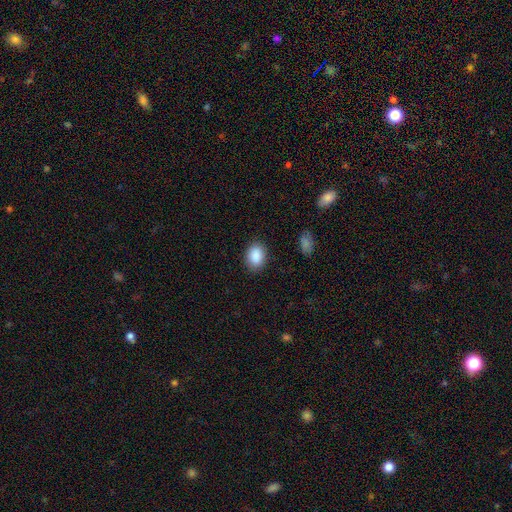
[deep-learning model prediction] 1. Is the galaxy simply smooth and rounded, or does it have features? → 89% smooth, 7% star or artifact, 3% featured or disk.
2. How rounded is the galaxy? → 73% in between, 25% round, 1% cigar-shaped.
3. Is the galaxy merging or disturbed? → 85% none, 11% minor disturbance, 3% major disturbance, 1% merger.